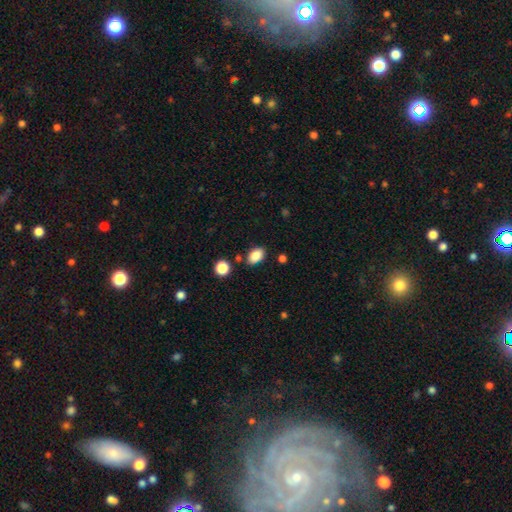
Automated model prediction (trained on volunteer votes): Overall: smooth (87%). How rounded: in between (87%). Merging: none (81%).